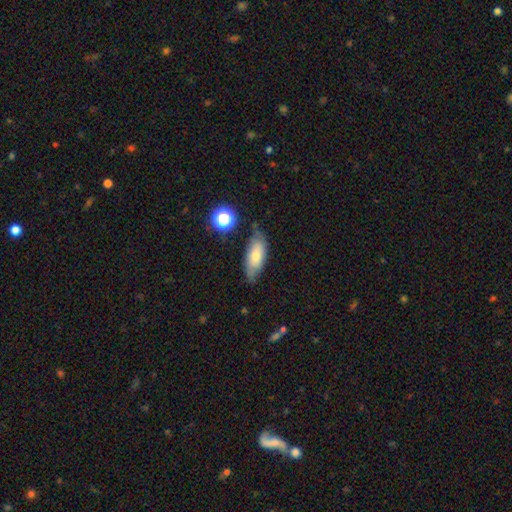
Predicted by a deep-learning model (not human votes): A smooth galaxy with no disk features (66%) that is in between round and cigar-shaped (80%).

Vote fractions:
- Smooth or featured? smooth: 66% / featured or disk: 25% / star or artifact: 9%
- How rounded? in between: 80% / cigar-shaped: 16% / round: 3%
- Merging? none: 62% / minor disturbance: 28% / major disturbance: 7% / merger: 4%